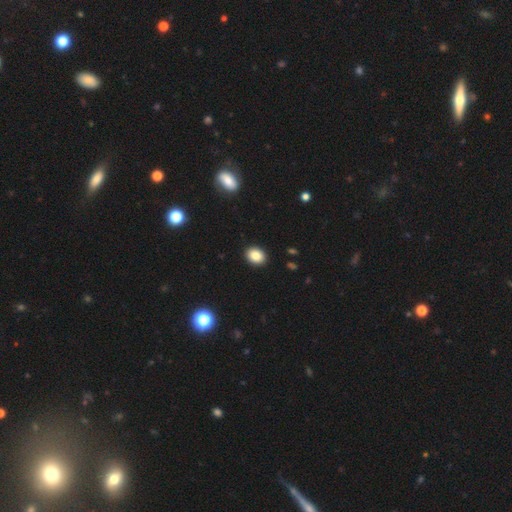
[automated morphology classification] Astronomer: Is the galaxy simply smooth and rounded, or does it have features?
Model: smooth — 85%.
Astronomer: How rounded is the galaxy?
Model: in between — 59% (runner-up: round, 40%).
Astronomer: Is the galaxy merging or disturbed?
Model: none — 92%.